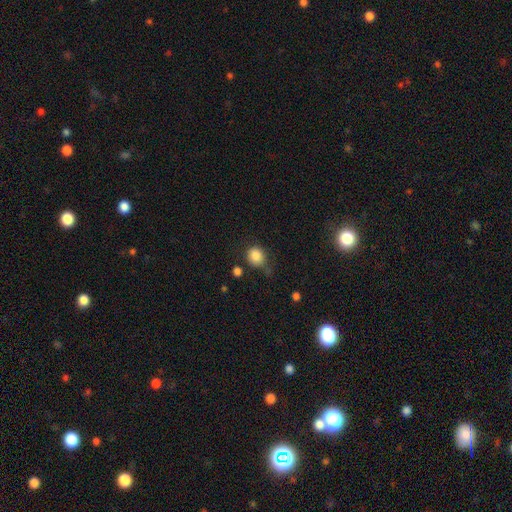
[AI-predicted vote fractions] A smooth galaxy with no disk features (85%) that is round (76%).

Vote fractions:
- Smooth or featured? smooth: 85% / star or artifact: 10% / featured or disk: 5%
- How rounded? round: 76% / in between: 23% / cigar-shaped: 1%
- Merging? none: 65% / minor disturbance: 22% / major disturbance: 7% / merger: 6%